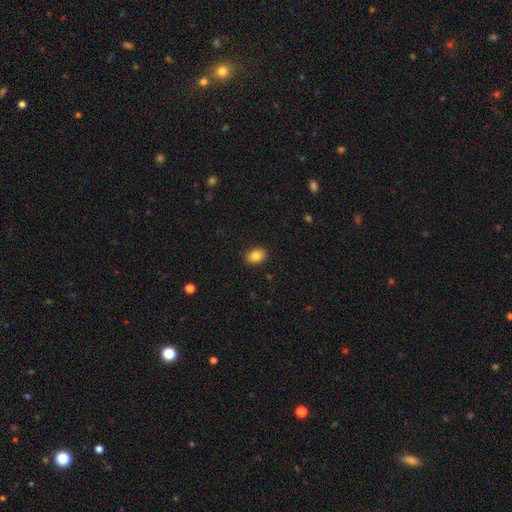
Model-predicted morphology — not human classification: Q: Smooth or featured?
A: smooth (85%); runner-up: star or artifact (9%)
Q: How rounded?
A: in between (76%); runner-up: round (23%)
Q: Merging?
A: none (89%); runner-up: minor disturbance (8%)